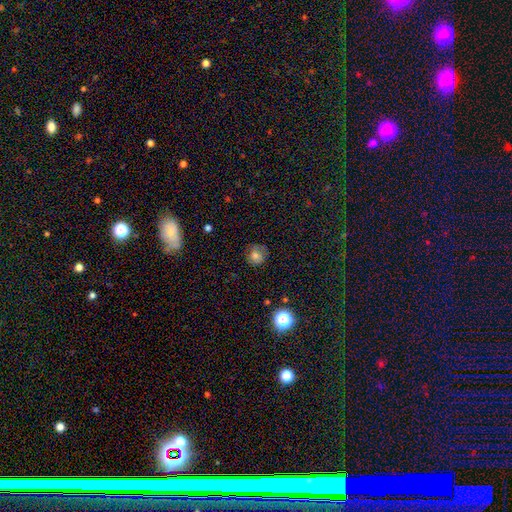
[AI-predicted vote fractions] This appears to be a smooth galaxy with no disk features (73%) that is round (86%). Merging: none (75%).